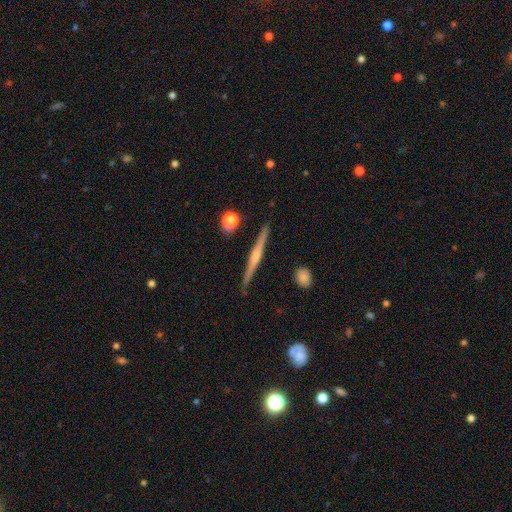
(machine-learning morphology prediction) smooth_or_featured: featured or disk (p=0.74) [alt: smooth p=0.20]
disk_edge_on: yes (p=0.98) [alt: no p=0.02]
edge_on_bulge: rounded (p=0.68) [alt: boxy p=0.17]
merging: none (p=0.90) [alt: minor disturbance p=0.07]